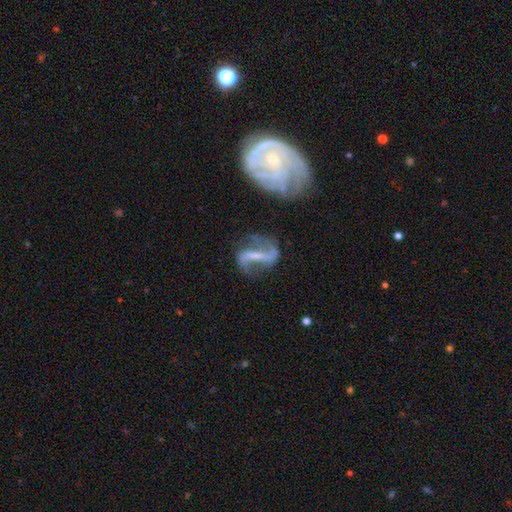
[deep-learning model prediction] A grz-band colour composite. It shows a featured or disk galaxy (81%) with a strong bar (60%), 2 (83%) loose (59%) spiral arms (89%) and a small central bulge (51%). Merging: none (55%).